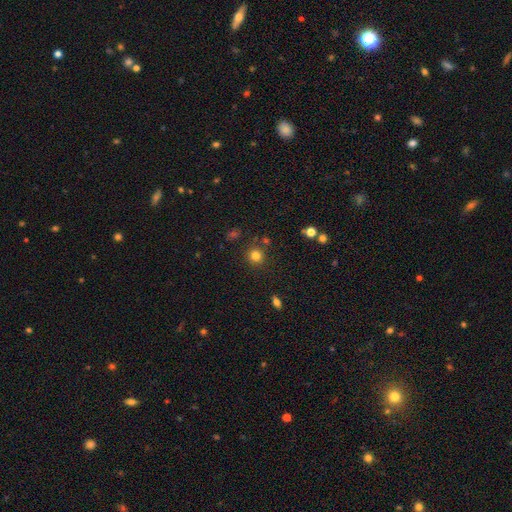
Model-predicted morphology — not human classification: smooth 80%, star or artifact 14%, featured or disk 6%. Down the decision tree: how rounded — round (91%); merging — none (84%).